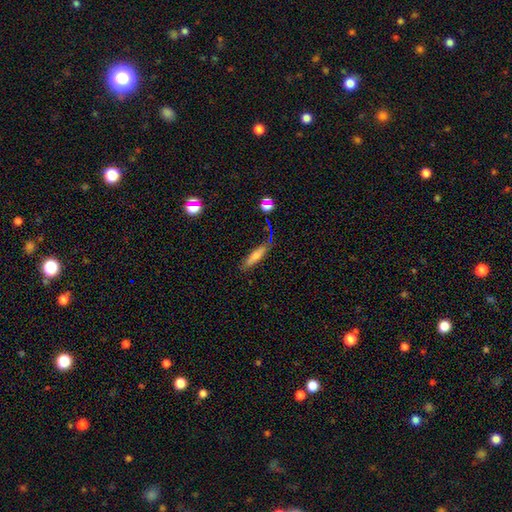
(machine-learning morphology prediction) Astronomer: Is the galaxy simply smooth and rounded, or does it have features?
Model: smooth — 69%.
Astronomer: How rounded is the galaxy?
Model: cigar-shaped — 76%.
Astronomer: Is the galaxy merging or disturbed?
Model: none — 75%.